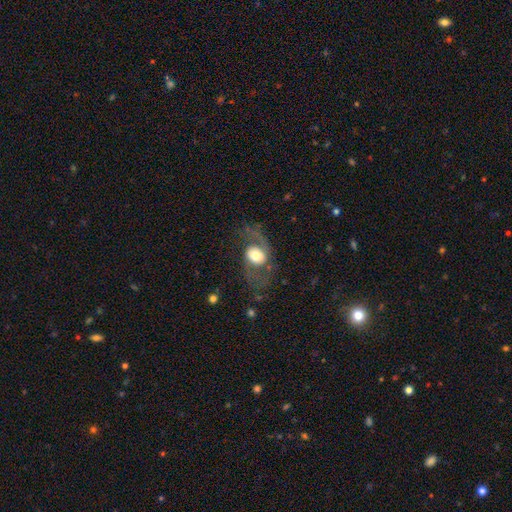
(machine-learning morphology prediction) Smooth or featured? Predicted: featured or disk (p=0.63). Edge-on disk? Predicted: no (p=0.95). Bar? Predicted: no (p=0.65). Spiral arms? Predicted: yes (p=0.78). Bulge size? Predicted: moderate (p=0.43). Merging? Predicted: none (p=0.63).